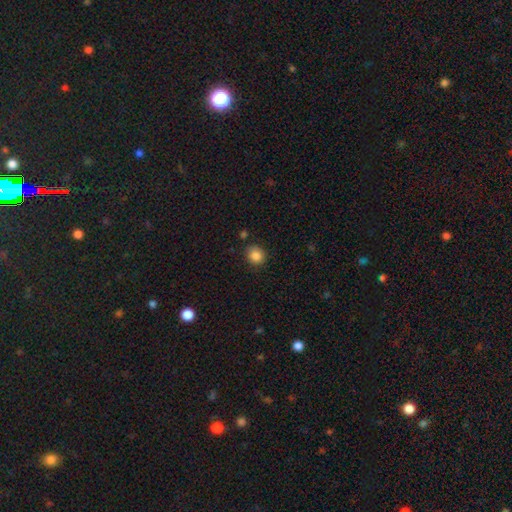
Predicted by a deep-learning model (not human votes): A smooth galaxy with no disk features (86%) that is round (76%). Merging: none (84%).